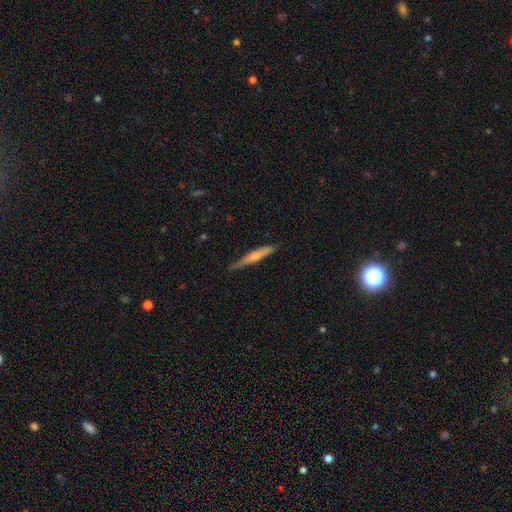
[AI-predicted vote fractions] smooth 51%, featured or disk 43%, star or artifact 6%. Down the decision tree: how rounded — cigar-shaped (92%); merging — none (74%).